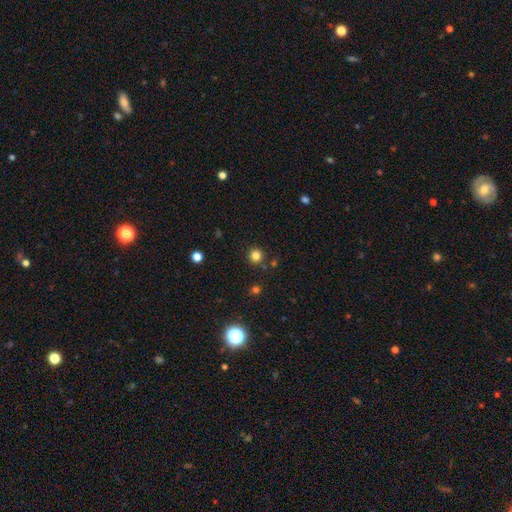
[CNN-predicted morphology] smooth-or-featured: smooth: 81% | star or artifact: 14% | featured or disk: 5%
  how-rounded: round: 95% | in between: 4% | cigar-shaped: 1%
  merging: none: 88% | minor disturbance: 6% | merger: 4% | major disturbance: 2%